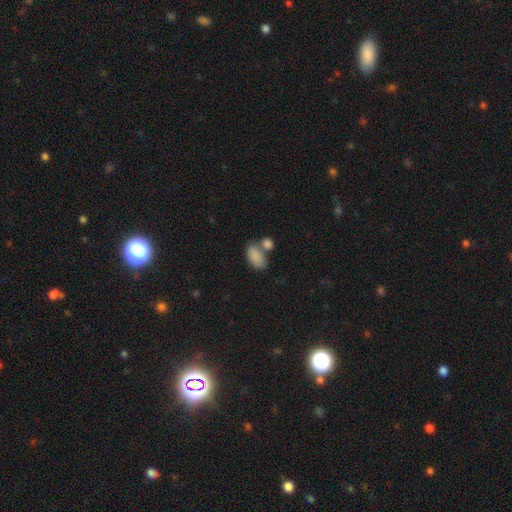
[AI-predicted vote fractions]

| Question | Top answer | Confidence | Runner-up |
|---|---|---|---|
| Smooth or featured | smooth | 85% | star or artifact (7%) |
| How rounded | in between | 93% | round (5%) |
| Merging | merger | 42% | none (40%) |